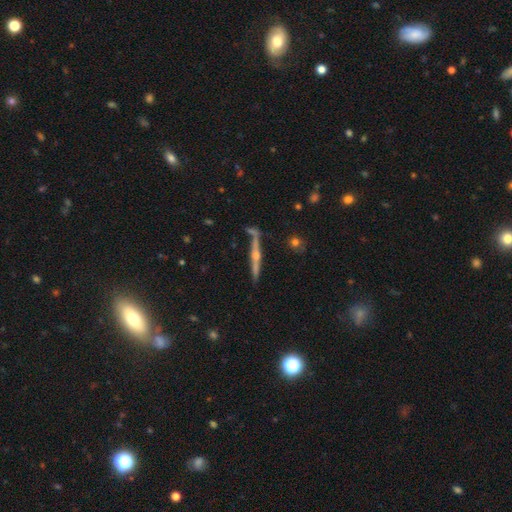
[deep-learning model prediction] Smooth or featured?
  - featured or disk: 79% *
  - smooth: 15%
  - star or artifact: 7%
Edge-on disk?
  - yes: 97% *
  - no: 3%
Edge-on bulge?
  - rounded: 88% *
  - none: 8%
  - boxy: 4%
Merging?
  - none: 79% *
  - minor disturbance: 12%
  - merger: 6%
  - major disturbance: 3%